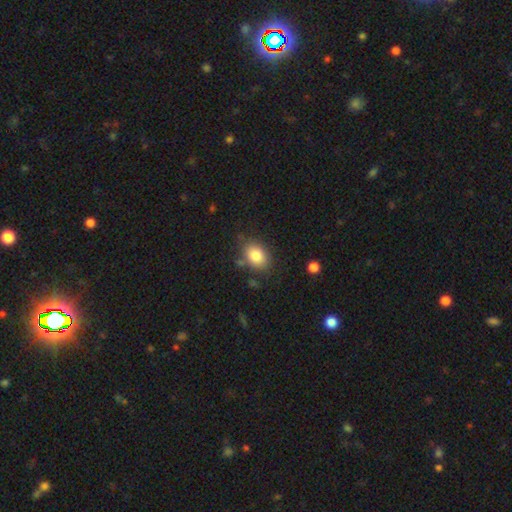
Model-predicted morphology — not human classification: smooth_or_featured: smooth (p=0.82) [alt: featured or disk p=0.09]
how_rounded: in between (p=0.76) [alt: round p=0.23]
merging: none (p=0.77) [alt: minor disturbance p=0.15]